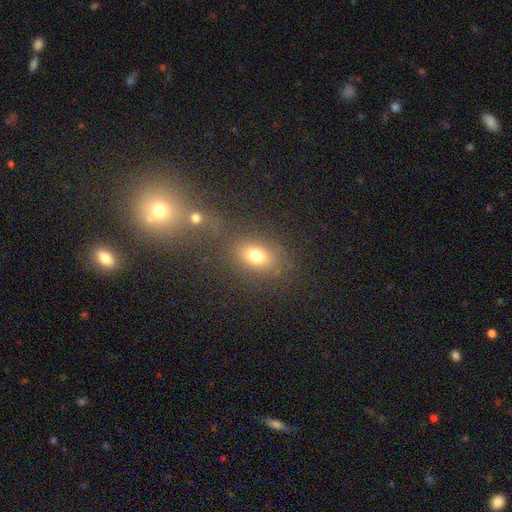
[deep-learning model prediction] A smooth galaxy with no disk features (73%) that is in between round and cigar-shaped (67%).

Vote fractions:
- Smooth or featured? smooth: 73% / star or artifact: 16% / featured or disk: 12%
- How rounded? in between: 67% / round: 30% / cigar-shaped: 3%
- Merging? none: 71% / minor disturbance: 12% / merger: 11% / major disturbance: 6%